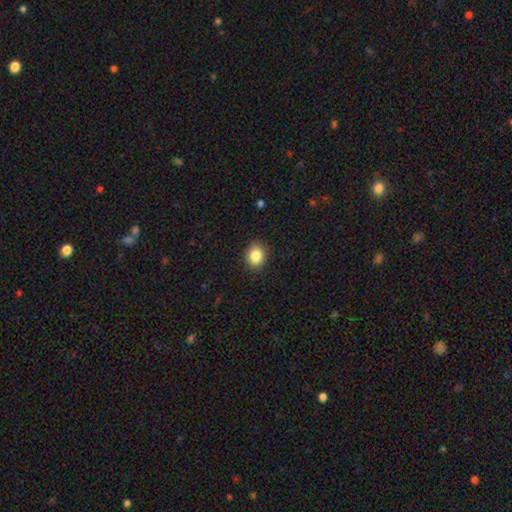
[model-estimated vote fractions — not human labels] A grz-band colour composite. It shows a smooth galaxy with no disk features (85%) that is round (53%). Merging: none (89%).